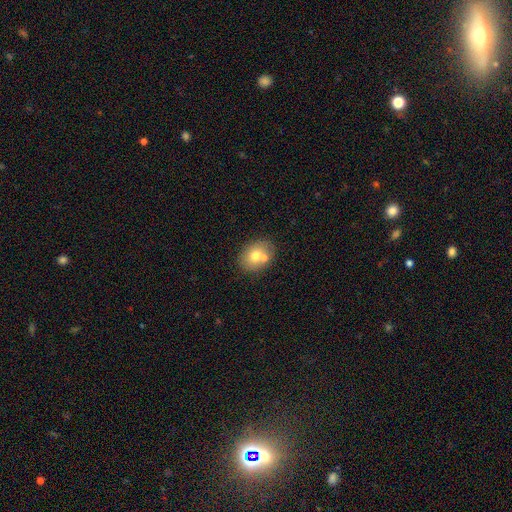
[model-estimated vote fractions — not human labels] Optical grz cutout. It shows a smooth galaxy with no disk features (70%) that is in between round and cigar-shaped (55%). Merging: none (61%).